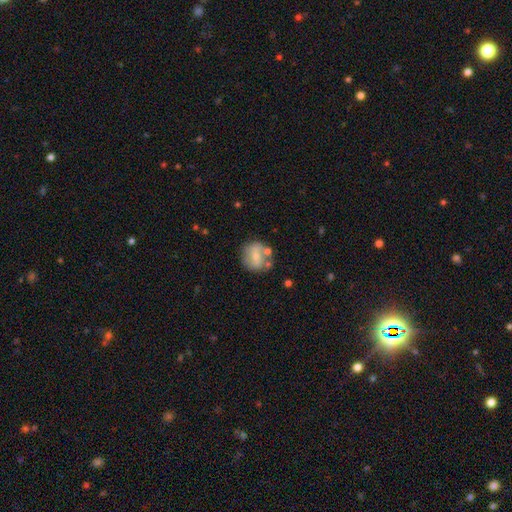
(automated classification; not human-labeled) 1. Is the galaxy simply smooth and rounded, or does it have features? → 53% smooth, 39% featured or disk, 8% star or artifact.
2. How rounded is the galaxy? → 84% round, 15% in between, 1% cigar-shaped.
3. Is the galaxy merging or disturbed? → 66% none, 16% minor disturbance, 12% merger, 6% major disturbance.